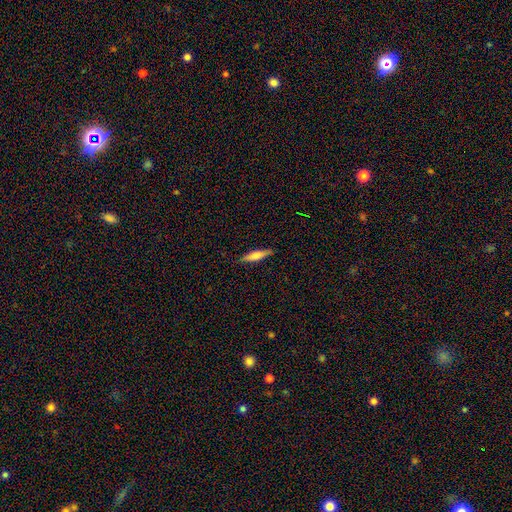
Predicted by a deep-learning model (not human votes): The model was most divided on "smooth or featured": smooth: 67%, featured or disk: 27%, star or artifact: 6%. More confident: merging — none (86%); how rounded — cigar-shaped (79%).